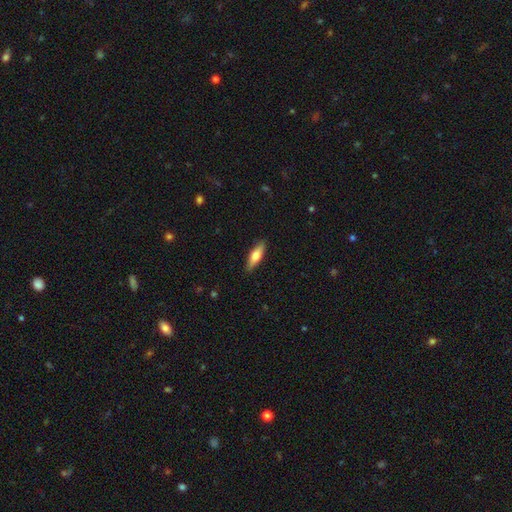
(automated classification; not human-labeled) smooth 66%, featured or disk 29%, star or artifact 6%. Down the decision tree: how rounded — cigar-shaped (53%); merging — none (88%).